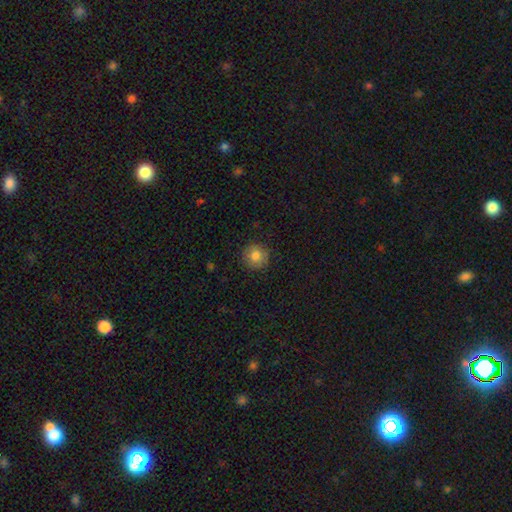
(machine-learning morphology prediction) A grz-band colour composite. It shows a smooth galaxy with no disk features (82%) that is round (93%). Merging: none (87%).